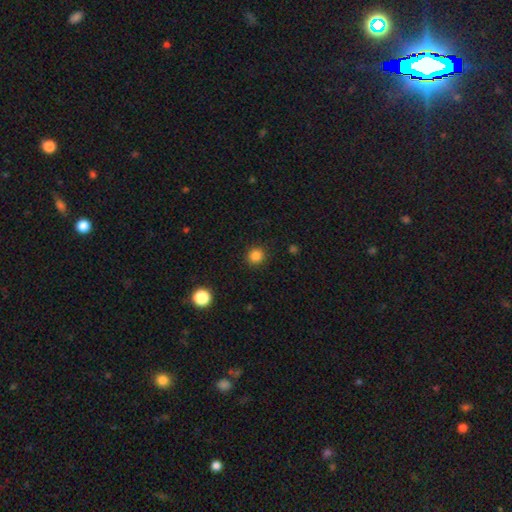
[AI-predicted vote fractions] Smooth or featured? Predicted: smooth (p=0.84). How rounded? Predicted: round (p=0.91). Merging? Predicted: none (p=0.91).